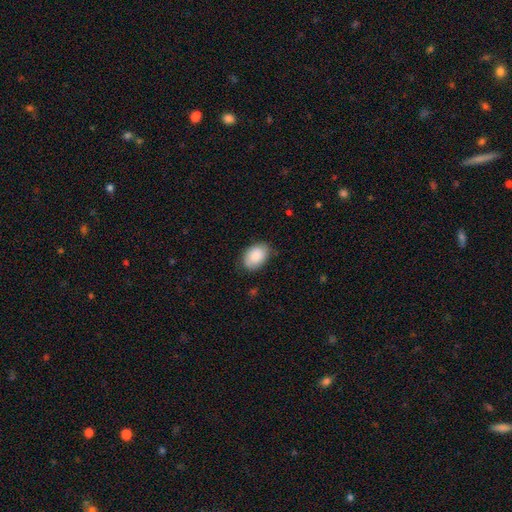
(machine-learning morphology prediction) smooth_or_featured: smooth (p=0.88) [alt: star or artifact p=0.06]
how_rounded: in between (p=0.85) [alt: round p=0.14]
merging: none (p=0.79) [alt: minor disturbance p=0.16]